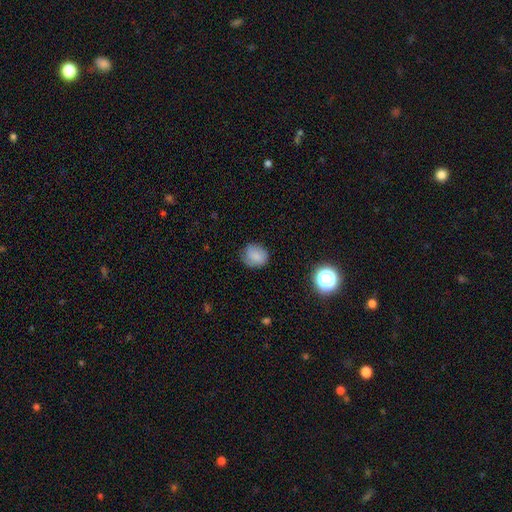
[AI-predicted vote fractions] smooth_or_featured: smooth (p=0.81) [alt: star or artifact p=0.10]
how_rounded: round (p=0.73) [alt: in between p=0.26]
merging: none (p=0.75) [alt: minor disturbance p=0.19]